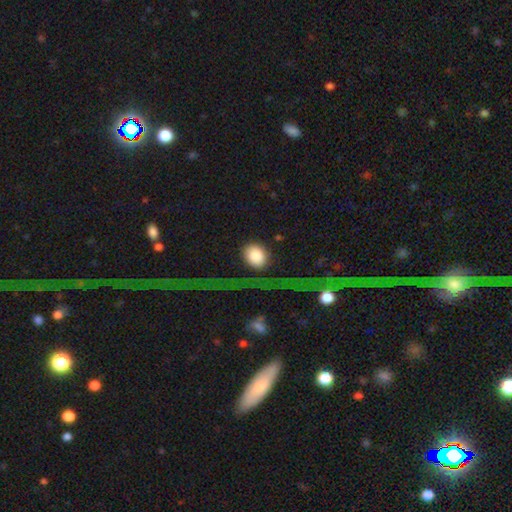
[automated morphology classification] Smooth or featured: smooth — 80% (featured or disk — 11%)
How rounded: round — 73% (in between — 25%)
Merging: none — 66% (minor disturbance — 14%)